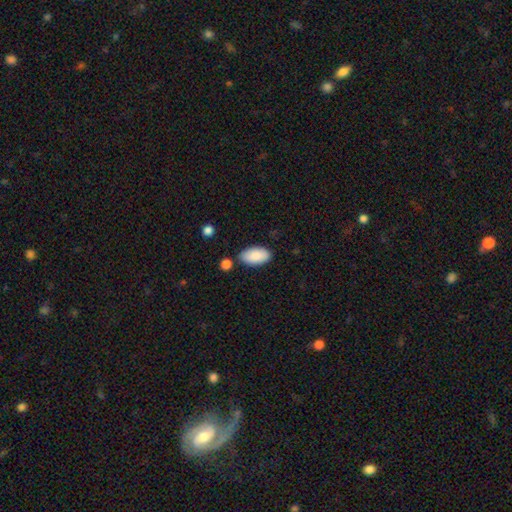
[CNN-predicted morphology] Smooth or featured? smooth (89%)
How rounded? in between (95%)
Merging? none (79%)